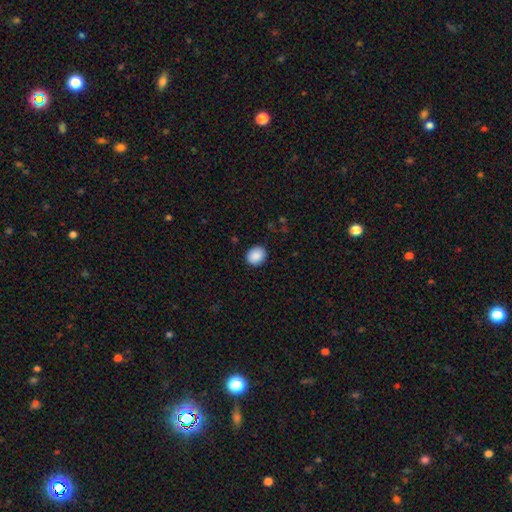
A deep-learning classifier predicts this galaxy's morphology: The model was most divided on "how rounded": round: 60%, in between: 39%, cigar-shaped: 1%. More confident: smooth or featured — smooth (89%); merging — none (89%).